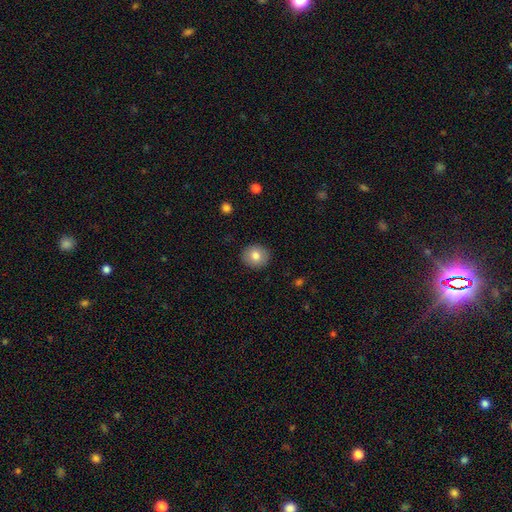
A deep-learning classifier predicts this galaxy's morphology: smooth_or_featured: smooth (p=0.80) [alt: featured or disk p=0.12]
how_rounded: round (p=0.80) [alt: in between p=0.19]
merging: none (p=0.91) [alt: minor disturbance p=0.07]